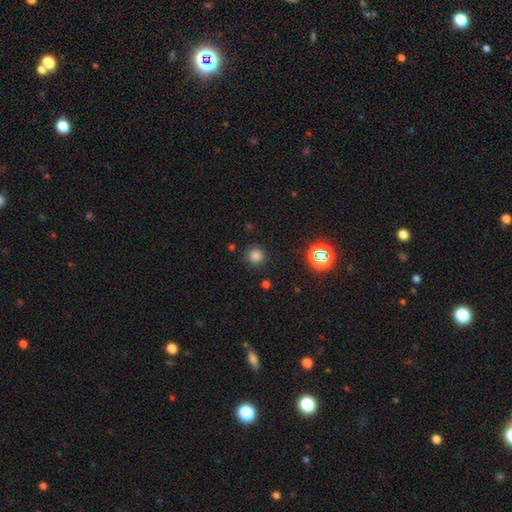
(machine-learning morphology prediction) A smooth galaxy with no disk features (78%) that is round (94%).

Vote fractions:
- Smooth or featured? smooth: 78% / star or artifact: 18% / featured or disk: 4%
- How rounded? round: 94% / in between: 5% / cigar-shaped: 1%
- Merging? none: 87% / minor disturbance: 8% / major disturbance: 3% / merger: 2%